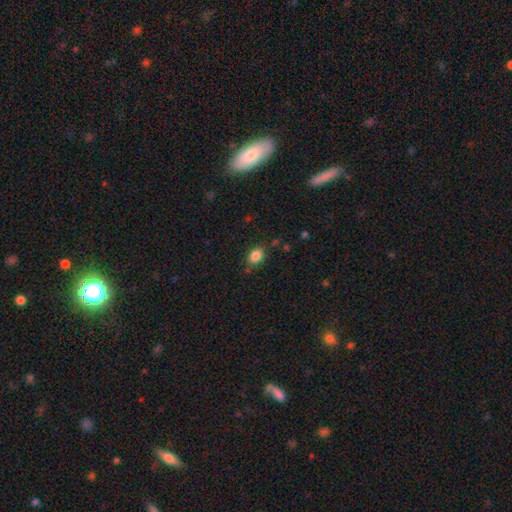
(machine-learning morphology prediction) This is clearly a smooth galaxy (86%). How rounded: likely in between (72%). Merging: likely none (78%).